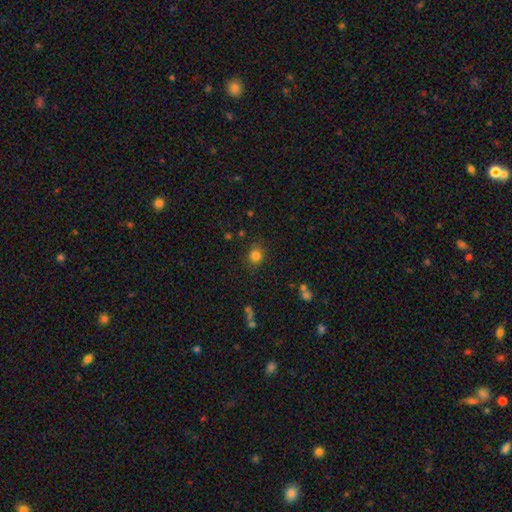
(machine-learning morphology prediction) type=smooth (83%); roundness=round (79%); merging=none (82%).